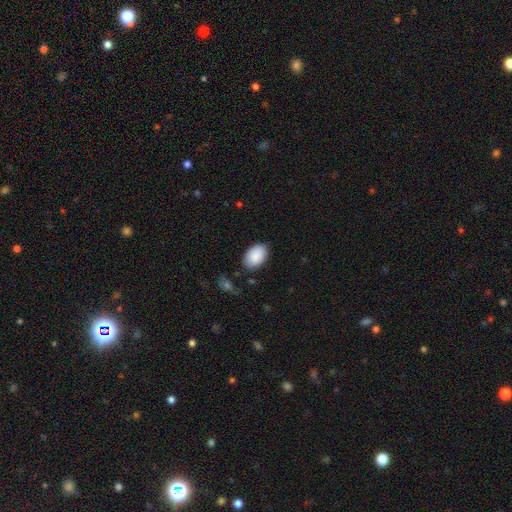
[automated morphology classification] The model was most divided on "merging": none: 83%, minor disturbance: 12%, major disturbance: 3%, merger: 2%. More confident: how rounded — in between (91%); smooth or featured — smooth (89%).